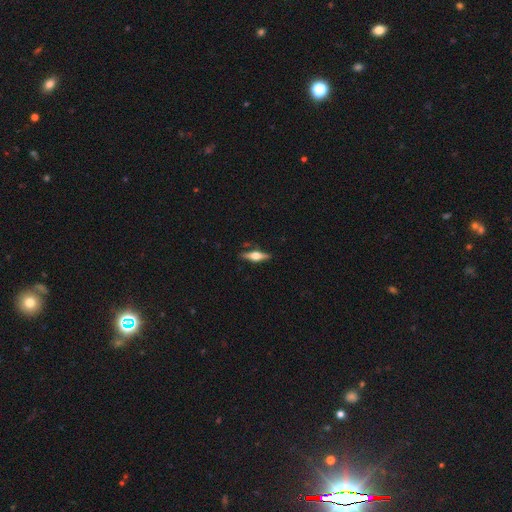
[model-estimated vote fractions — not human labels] A featured or disk galaxy (64%) viewed edge-on (95%) with a rounded central bulge (93%).

Vote fractions:
- Smooth or featured? featured or disk: 64% / smooth: 30% / star or artifact: 6%
- Edge-on disk? yes: 95% / no: 5%
- Edge-on bulge? rounded: 93% / boxy: 6% / none: 2%
- Merging? none: 86% / minor disturbance: 10% / major disturbance: 2% / merger: 2%